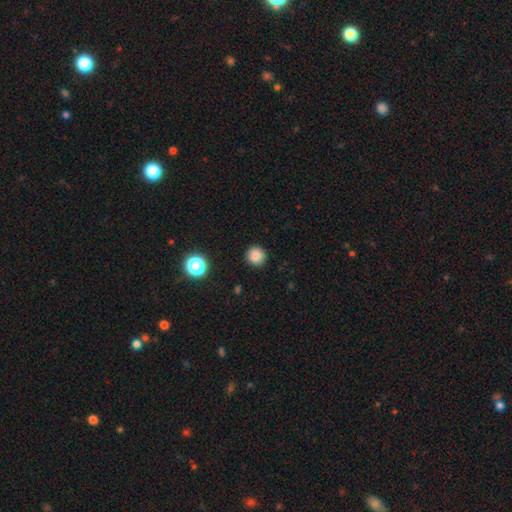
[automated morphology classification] Smooth or featured? Predicted: smooth (p=0.85). How rounded? Predicted: round (p=0.93). Merging? Predicted: none (p=0.90).